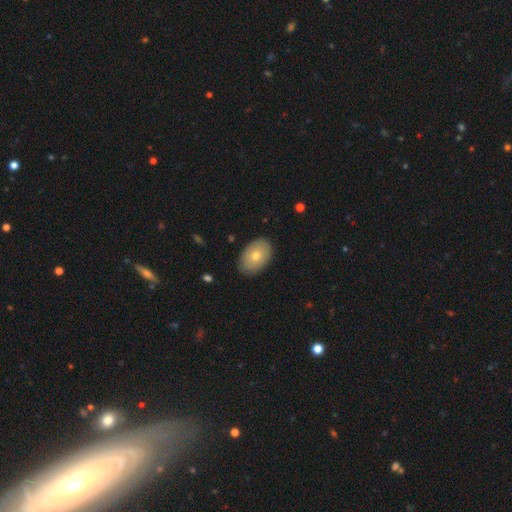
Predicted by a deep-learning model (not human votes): This is likely a smooth galaxy (68%). How rounded: clearly in between (86%). Merging: clearly none (86%).